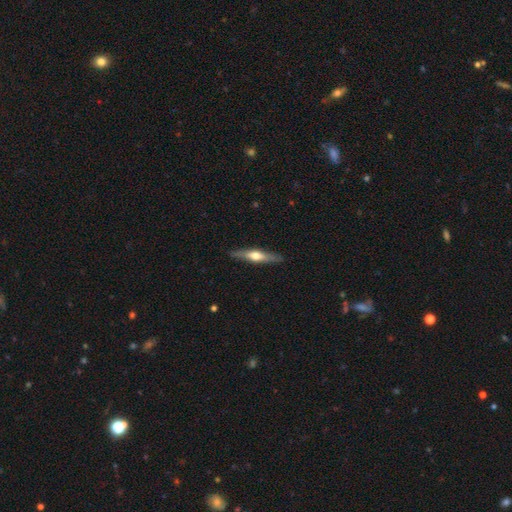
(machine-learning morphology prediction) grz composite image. It shows a featured or disk galaxy (61%) viewed edge-on (94%) with a rounded central bulge (89%). Merging: none (88%).